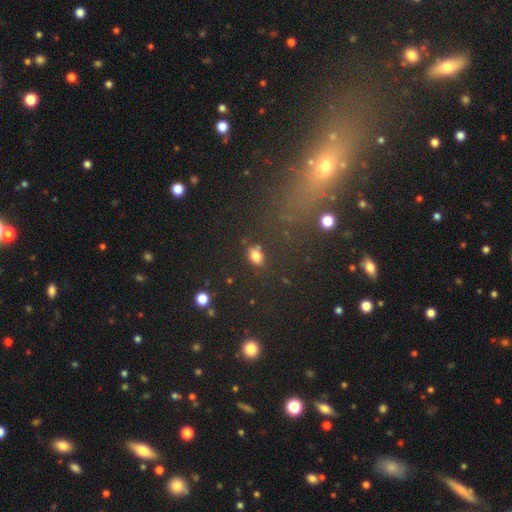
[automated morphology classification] smooth_or_featured: smooth (p=0.79) [alt: star or artifact p=0.14]
how_rounded: in between (p=0.79) [alt: round p=0.19]
merging: none (p=0.74) [alt: minor disturbance p=0.15]